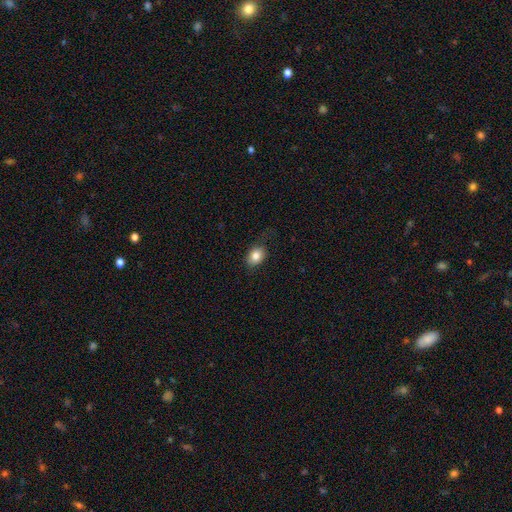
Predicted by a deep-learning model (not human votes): Smooth or featured?
  - smooth: 84% *
  - star or artifact: 9%
  - featured or disk: 8%
How rounded?
  - in between: 73% *
  - round: 26%
  - cigar-shaped: 1%
Merging?
  - none: 74% *
  - minor disturbance: 19%
  - major disturbance: 6%
  - merger: 1%